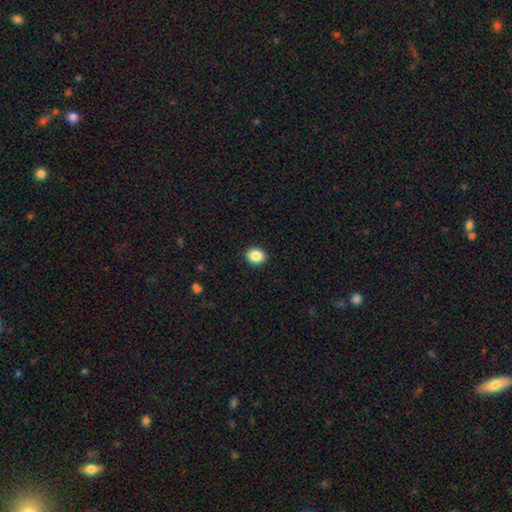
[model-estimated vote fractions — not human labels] A smooth galaxy with no disk features (87%) that is round (61%).

Vote fractions:
- Smooth or featured? smooth: 87% / star or artifact: 9% / featured or disk: 4%
- How rounded? round: 61% / in between: 38% / cigar-shaped: 1%
- Merging? none: 91% / minor disturbance: 6% / major disturbance: 2% / merger: 1%